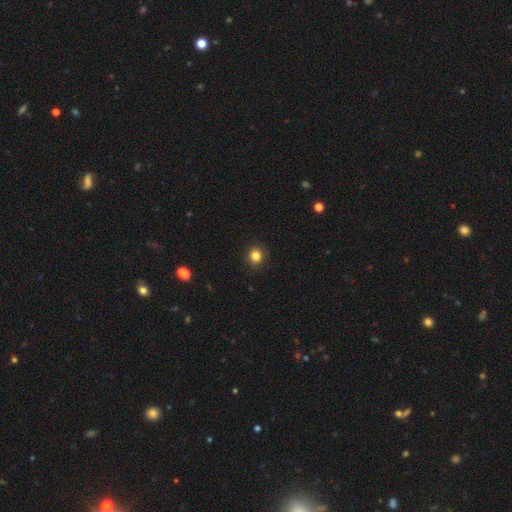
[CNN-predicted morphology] The model was most divided on "smooth or featured": smooth: 83%, star or artifact: 12%, featured or disk: 5%. More confident: merging — none (91%); how rounded — round (90%).